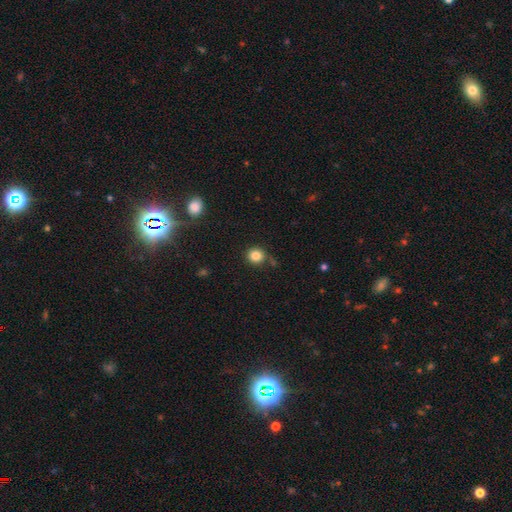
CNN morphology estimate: This is clearly a smooth galaxy (84%). How rounded: clearly round (88%). Merging: likely none (79%).